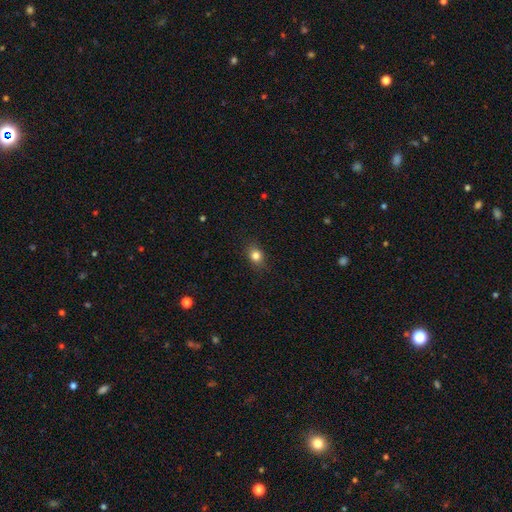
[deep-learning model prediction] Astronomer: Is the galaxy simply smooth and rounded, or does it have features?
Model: smooth — 82%.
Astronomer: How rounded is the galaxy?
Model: round — 56% (runner-up: in between, 42%).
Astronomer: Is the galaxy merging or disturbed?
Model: none — 86%.